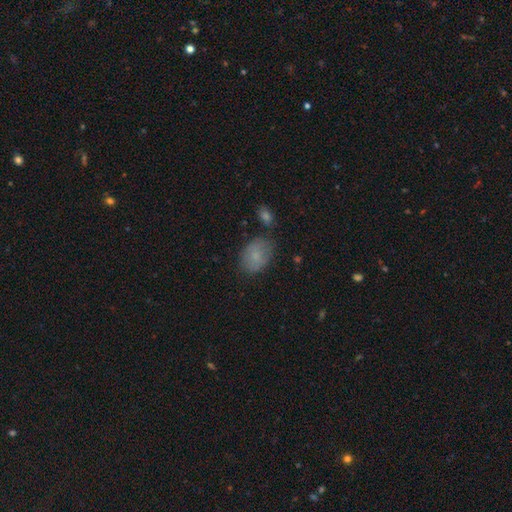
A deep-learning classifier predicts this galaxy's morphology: Q: Smooth or featured?
A: smooth (79%); runner-up: featured or disk (12%)
Q: How rounded?
A: in between (76%); runner-up: round (23%)
Q: Merging?
A: none (72%); runner-up: minor disturbance (18%)